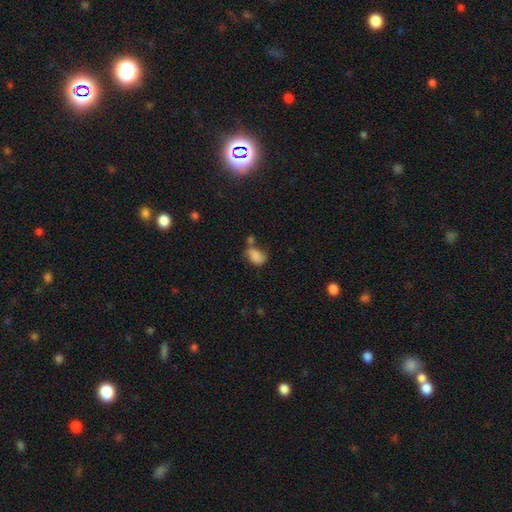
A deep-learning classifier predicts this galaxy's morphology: This appears to be a smooth galaxy with no disk features (83%) that is in between round and cigar-shaped (82%). Merging: none (40%).